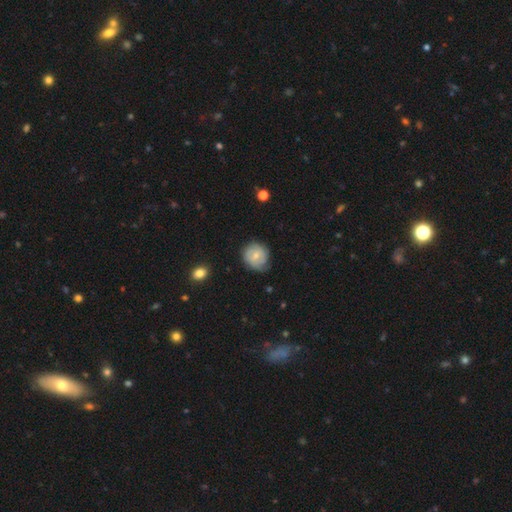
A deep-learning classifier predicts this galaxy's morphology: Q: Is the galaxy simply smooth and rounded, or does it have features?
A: smooth — 46%, tied with featured or disk.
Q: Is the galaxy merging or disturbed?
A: none — 63%.